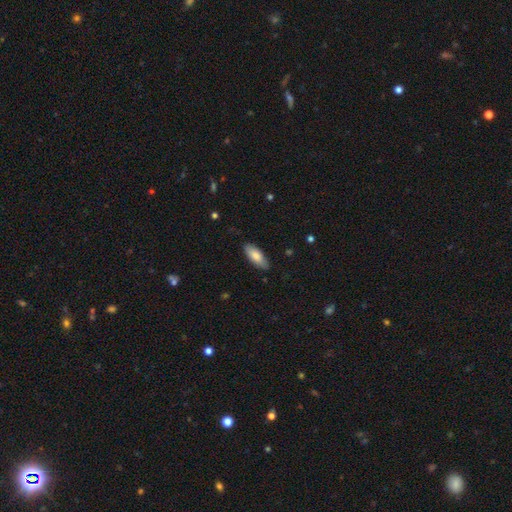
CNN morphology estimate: A smooth galaxy with no disk features (80%) that is in between round and cigar-shaped (76%).

Vote fractions:
- Smooth or featured? smooth: 80% / featured or disk: 14% / star or artifact: 6%
- How rounded? in between: 76% / cigar-shaped: 22% / round: 2%
- Merging? none: 85% / minor disturbance: 12% / major disturbance: 2% / merger: 1%